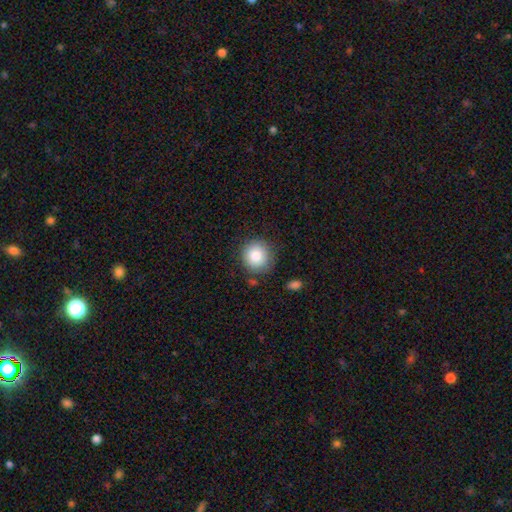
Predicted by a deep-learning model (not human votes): A smooth galaxy with no disk features (84%) that is round (92%). Merging: none (83%).